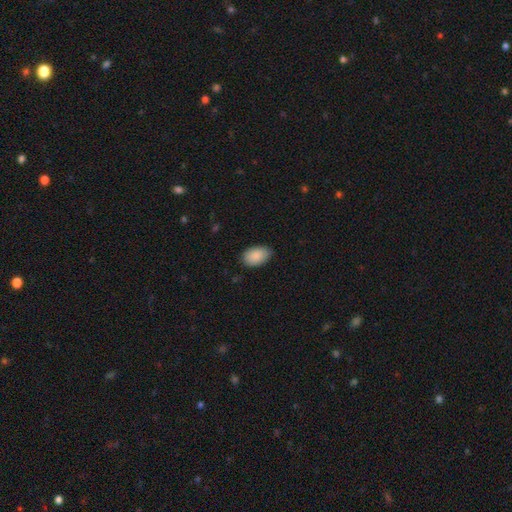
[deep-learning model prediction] Smooth or featured?
  - smooth: 88% *
  - star or artifact: 6%
  - featured or disk: 5%
How rounded?
  - in between: 92% *
  - round: 7%
  - cigar-shaped: 1%
Merging?
  - none: 82% *
  - minor disturbance: 15%
  - major disturbance: 2%
  - merger: 1%